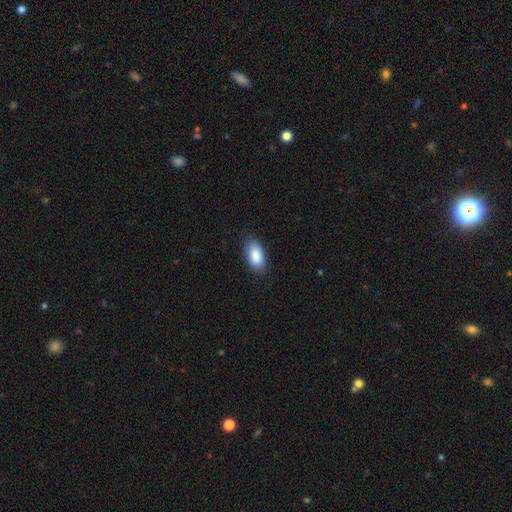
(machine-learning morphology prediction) smooth_or_featured: smooth (p=0.89) [alt: star or artifact p=0.06]
how_rounded: in between (p=0.93) [alt: round p=0.04]
merging: none (p=0.82) [alt: minor disturbance p=0.14]